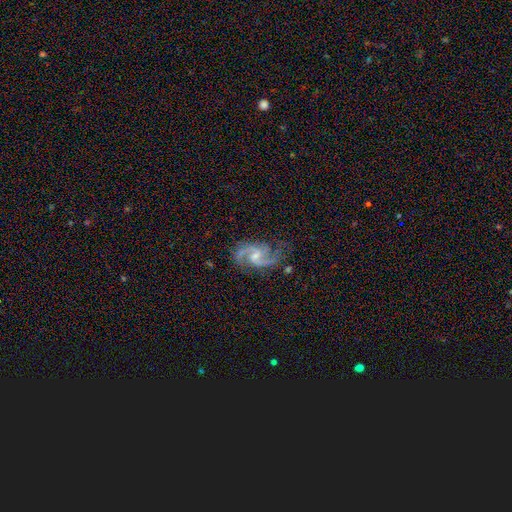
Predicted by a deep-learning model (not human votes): A featured or disk galaxy (91%) with a weak bar (48%), 2 (86%) medium (58%) spiral arms (98%) and a small central bulge (52%). Merging: none (74%).